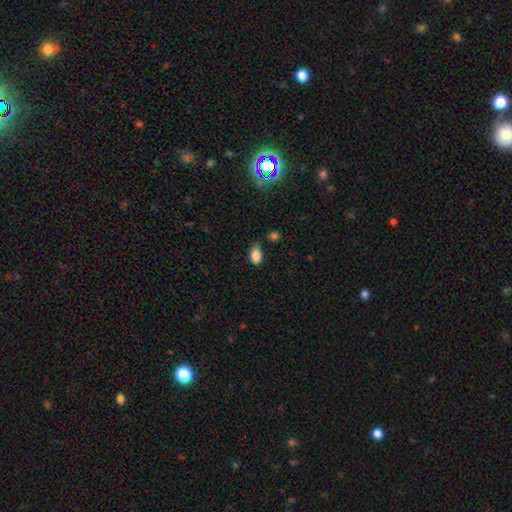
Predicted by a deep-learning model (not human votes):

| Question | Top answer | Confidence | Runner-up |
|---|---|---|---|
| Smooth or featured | smooth | 86% | star or artifact (9%) |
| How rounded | in between | 87% | round (11%) |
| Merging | none | 63% | minor disturbance (28%) |